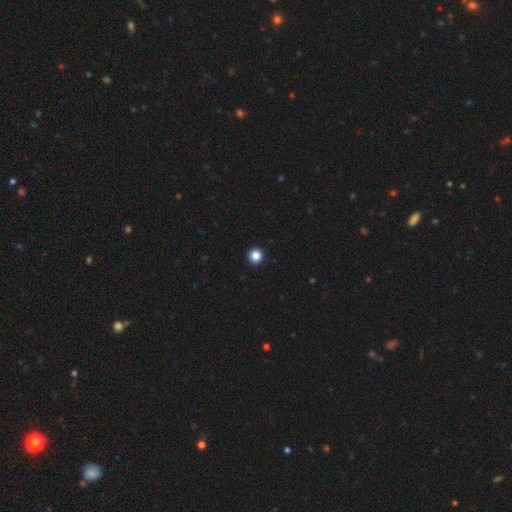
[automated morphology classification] type=smooth (86%); roundness=round (96%); merging=none (95%).